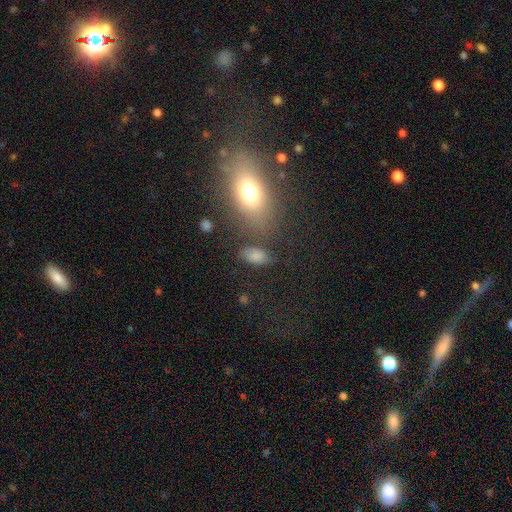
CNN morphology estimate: Smooth or featured: smooth — 76% (star or artifact — 14%)
How rounded: in between — 89% (round — 8%)
Merging: none — 70% (minor disturbance — 17%)